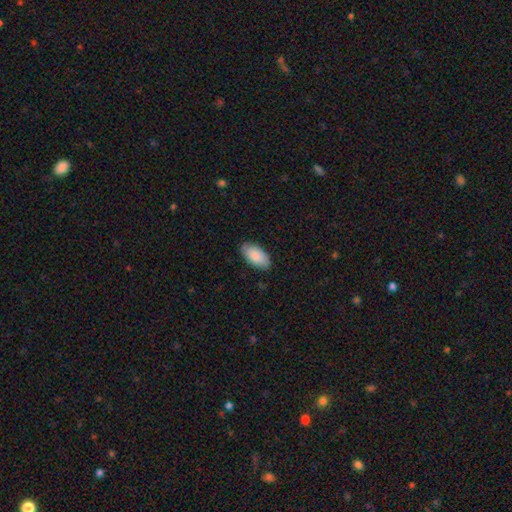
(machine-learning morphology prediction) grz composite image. It shows a smooth galaxy with no disk features (87%) that is in between round and cigar-shaped (95%). Merging: none (85%).